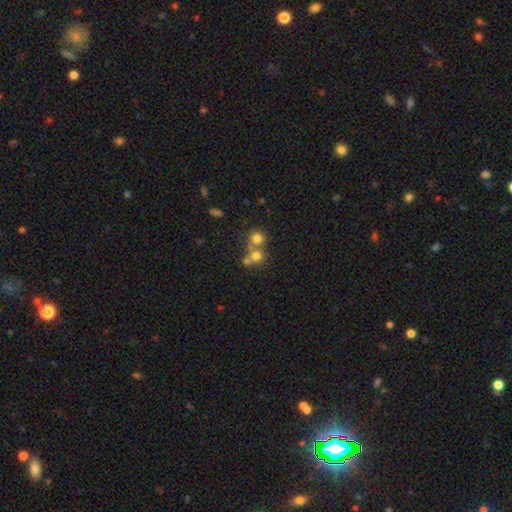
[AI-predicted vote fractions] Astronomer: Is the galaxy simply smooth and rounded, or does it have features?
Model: smooth — 70%.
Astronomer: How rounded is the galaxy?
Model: round — 85%.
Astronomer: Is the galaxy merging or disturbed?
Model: merger — 48% (runner-up: none, 43%).